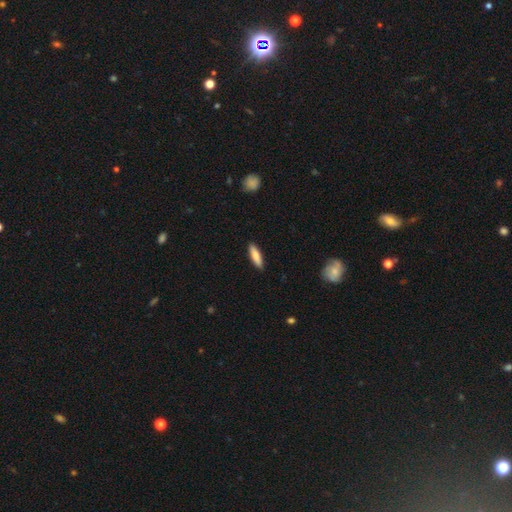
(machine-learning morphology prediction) This is likely a smooth galaxy (80%). How rounded: possibly cigar-shaped (60%). Merging: clearly none (90%).